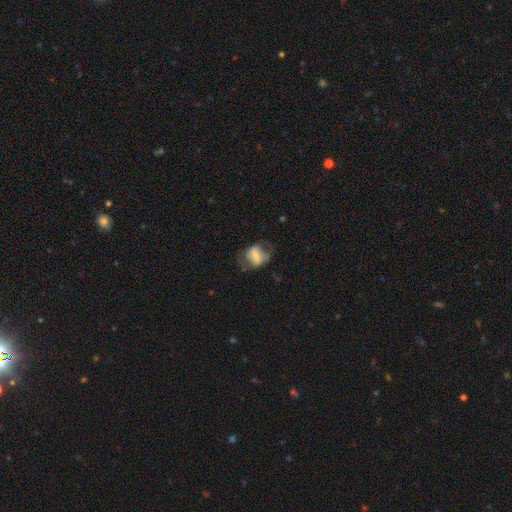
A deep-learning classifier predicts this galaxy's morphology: Smooth or featured? Predicted: smooth (p=0.50). Merging? Predicted: none (p=0.46).